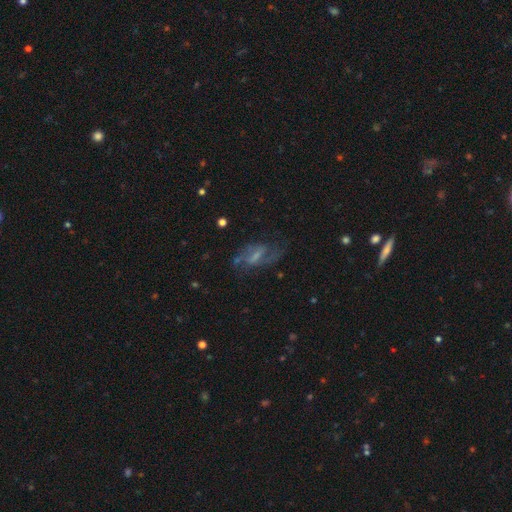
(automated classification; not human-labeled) This appears to be a featured or disk galaxy (72%) with a weak bar (47%), 2 (82%) medium (44%) spiral arms (86%) and a small central bulge (39%). Merging: none (60%).